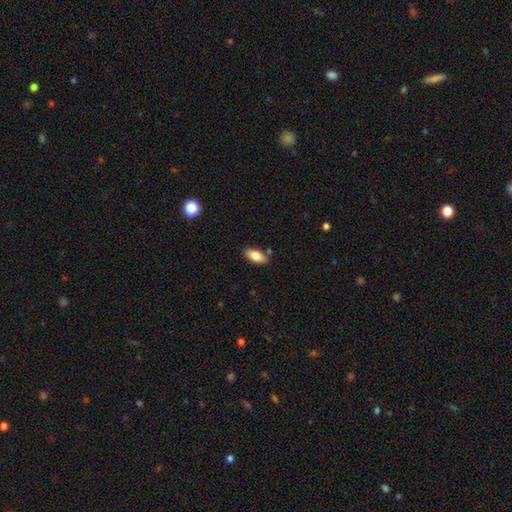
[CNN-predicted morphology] Smooth or featured?
  - smooth: 80% *
  - featured or disk: 13%
  - star or artifact: 7%
How rounded?
  - in between: 90% *
  - cigar-shaped: 7%
  - round: 3%
Merging?
  - none: 82% *
  - minor disturbance: 12%
  - merger: 4%
  - major disturbance: 2%